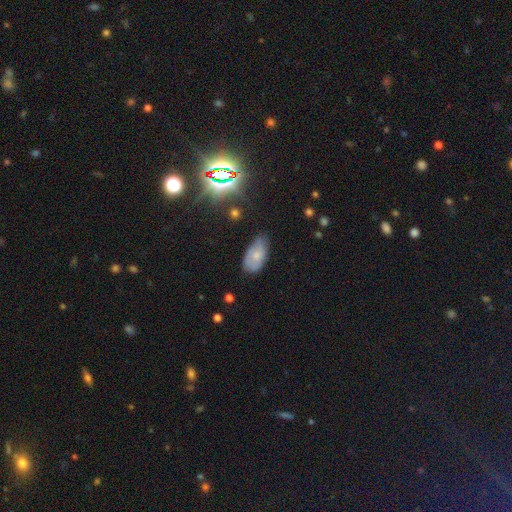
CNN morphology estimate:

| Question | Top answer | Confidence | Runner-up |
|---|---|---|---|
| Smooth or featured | smooth | 63% | featured or disk (28%) |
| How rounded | in between | 93% | round (4%) |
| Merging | none | 53% | minor disturbance (36%) |